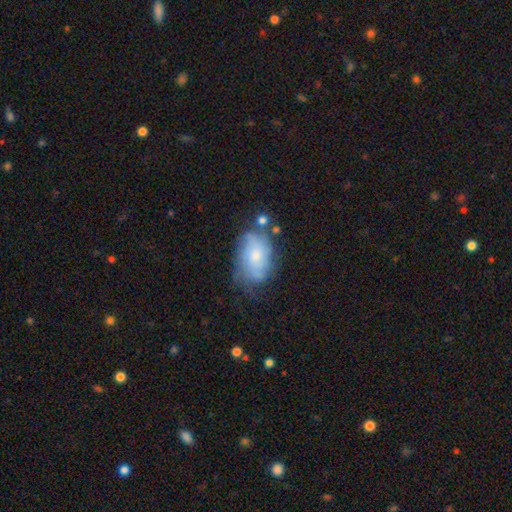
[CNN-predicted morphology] smooth_or_featured: featured or disk (p=0.50) [alt: smooth p=0.42]
merging: none (p=0.53) [alt: minor disturbance p=0.28]